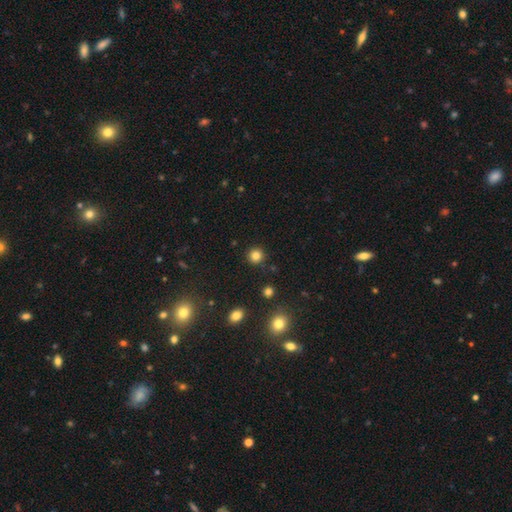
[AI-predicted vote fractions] Morphology: type=smooth (83%); roundness=round (93%); merging=none (90%).